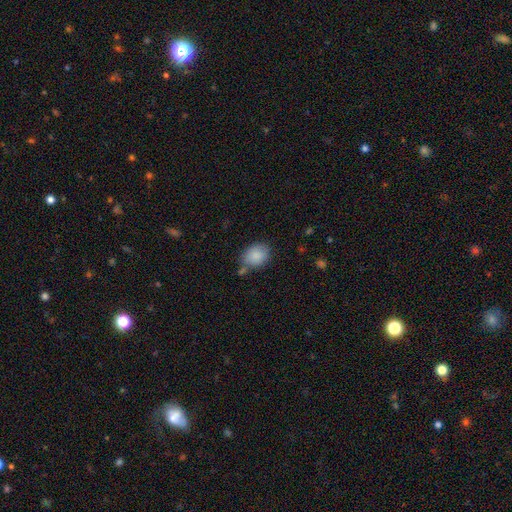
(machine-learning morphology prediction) This is clearly a smooth galaxy (86%). How rounded: possibly in between (55%). Merging: likely none (62%).